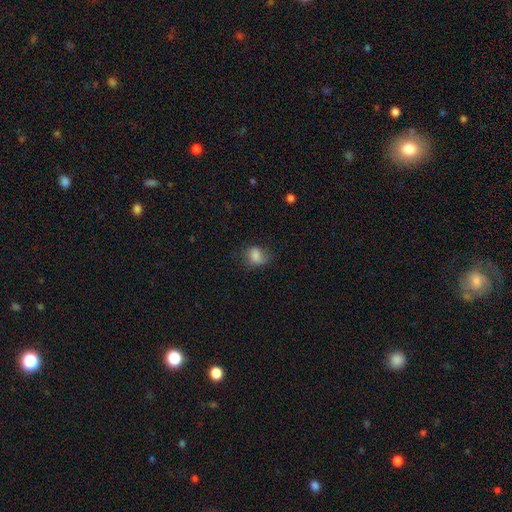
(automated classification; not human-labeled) Smooth or featured? smooth (77%)
How rounded? in between (60%)
Merging? none (56%)